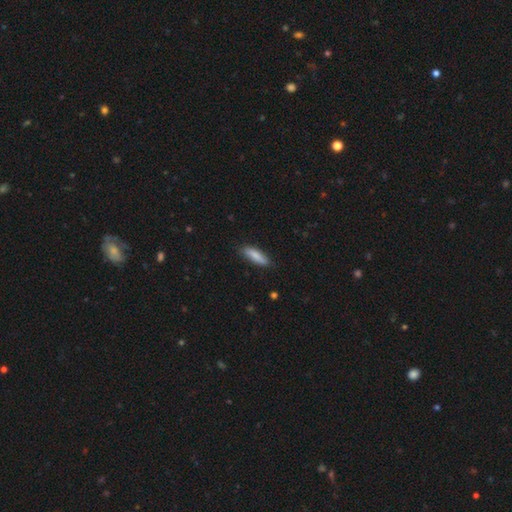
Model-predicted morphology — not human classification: smooth 84%, featured or disk 10%, star or artifact 6%. Down the decision tree: how rounded — cigar-shaped (62%); merging — none (84%).